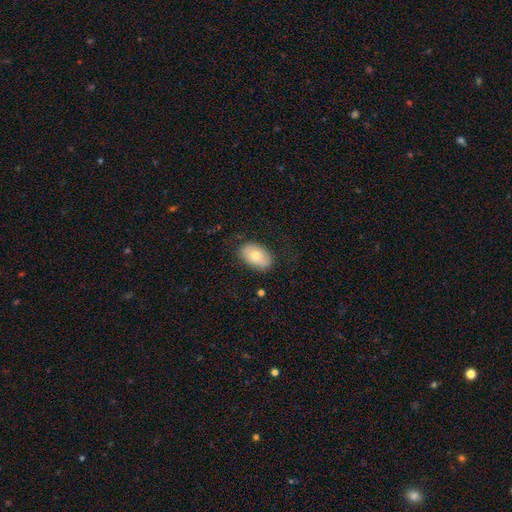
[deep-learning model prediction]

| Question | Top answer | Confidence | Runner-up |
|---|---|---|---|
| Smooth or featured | smooth | 72% | featured or disk (20%) |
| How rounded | in between | 90% | round (9%) |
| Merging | none | 81% | minor disturbance (14%) |